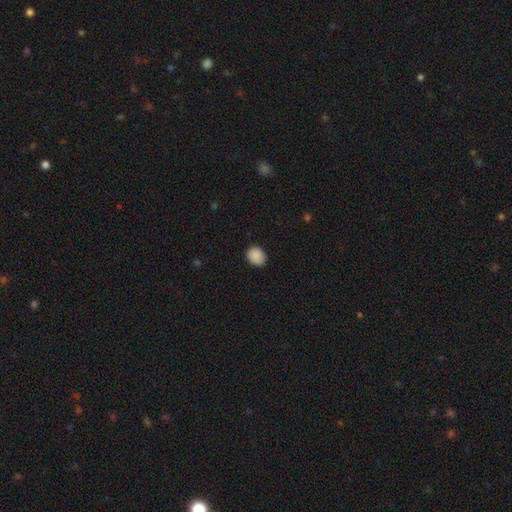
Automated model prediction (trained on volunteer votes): This is clearly a smooth galaxy (89%). How rounded: likely round (61%). Merging: clearly none (84%).